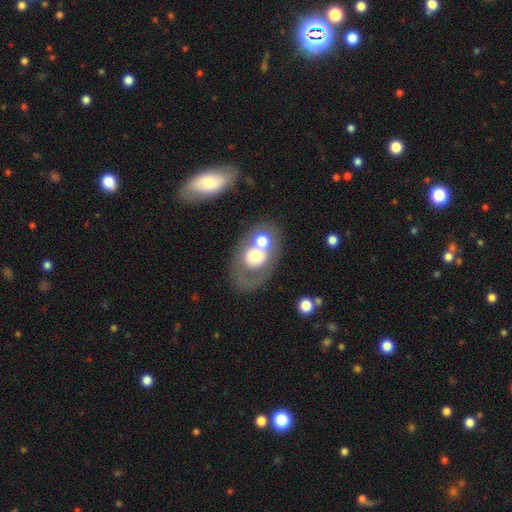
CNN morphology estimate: smooth_or_featured: smooth (p=0.48) [alt: featured or disk p=0.42]
merging: merger (p=0.40) [alt: none p=0.39]